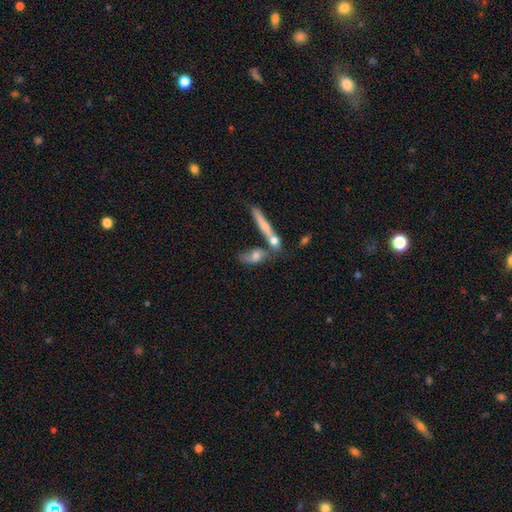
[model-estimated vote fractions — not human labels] Smooth or featured? Predicted: smooth (p=0.60). How rounded? Predicted: in between (p=0.49). Merging? Predicted: none (p=0.42).